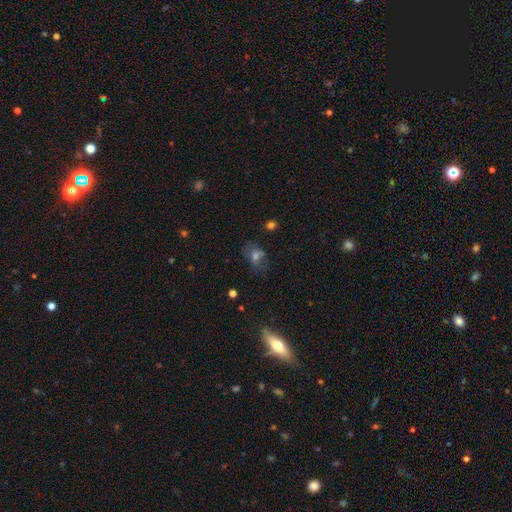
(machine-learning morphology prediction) type=smooth (48%); merging=none (56%).